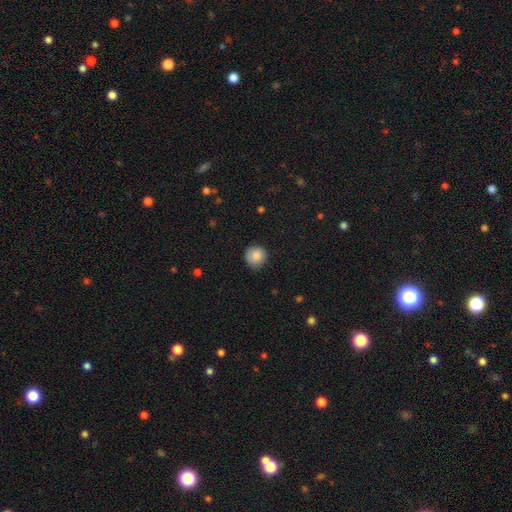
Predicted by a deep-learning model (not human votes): A smooth galaxy with no disk features (86%) that is round (93%).

Vote fractions:
- Smooth or featured? smooth: 86% / star or artifact: 8% / featured or disk: 6%
- How rounded? round: 93% / in between: 6% / cigar-shaped: 1%
- Merging? none: 85% / minor disturbance: 11% / major disturbance: 2% / merger: 1%